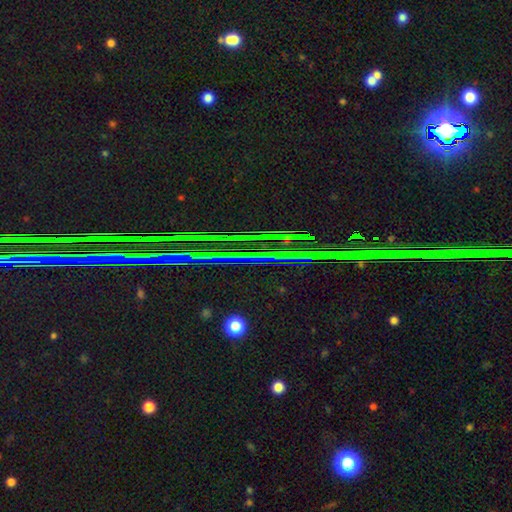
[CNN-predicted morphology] Smooth or featured? star or artifact (84%)